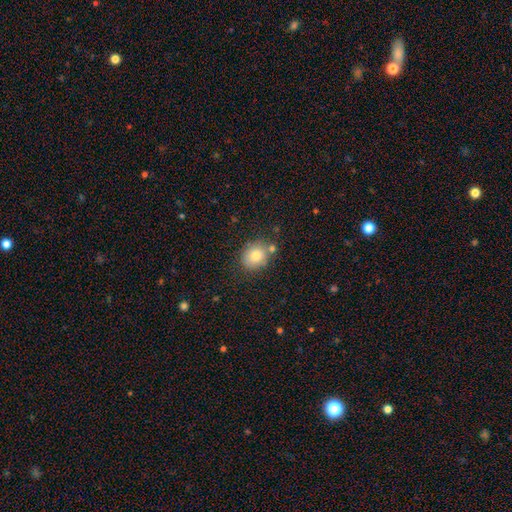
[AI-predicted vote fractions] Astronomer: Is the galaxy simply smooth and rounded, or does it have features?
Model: smooth — 78%.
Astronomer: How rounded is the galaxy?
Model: round — 68%.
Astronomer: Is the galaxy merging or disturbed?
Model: none — 71%.